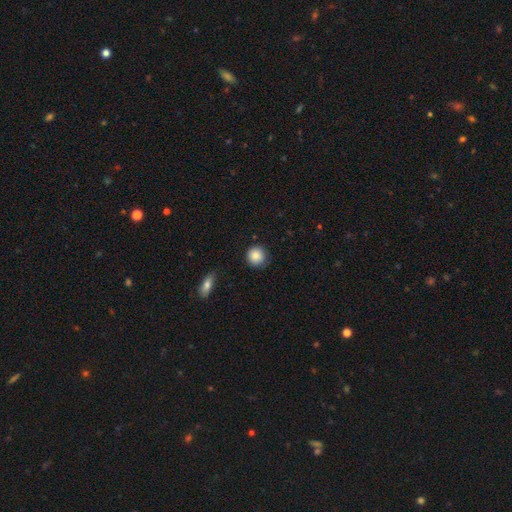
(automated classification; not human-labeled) smooth 85%, star or artifact 8%, featured or disk 7%. Down the decision tree: how rounded — round (92%); merging — none (82%).